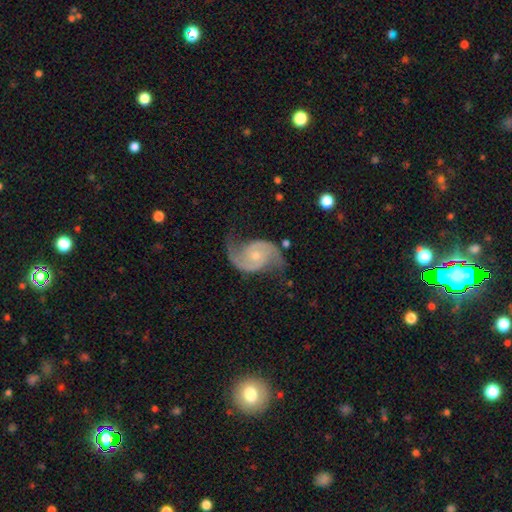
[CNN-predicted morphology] Smooth or featured? featured or disk (90%)
Edge-on disk? no (98%)
Bar? no (69%)
Spiral arms? yes (97%)
Spiral winding? medium (48%)
Spiral arm count? 2 (93%)
Bulge size? small (57%)
Merging? none (70%)